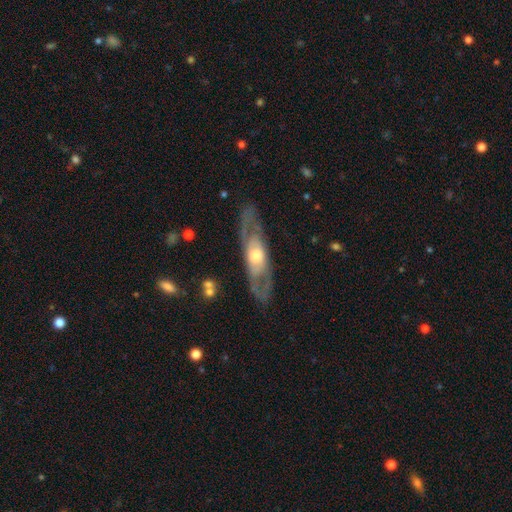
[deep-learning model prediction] Overall: featured or disk (73%). Edge-on disk: no (65%; yes 35%). Merging: none (78%).